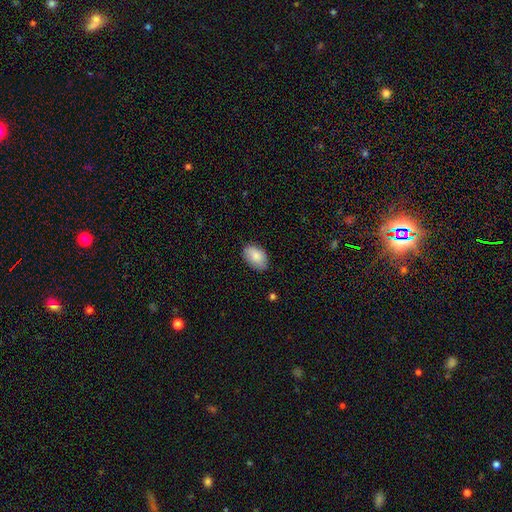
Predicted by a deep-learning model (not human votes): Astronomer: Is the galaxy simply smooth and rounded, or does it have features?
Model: smooth — 84%.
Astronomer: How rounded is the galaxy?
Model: in between — 90%.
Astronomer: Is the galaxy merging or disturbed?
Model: none — 77%.